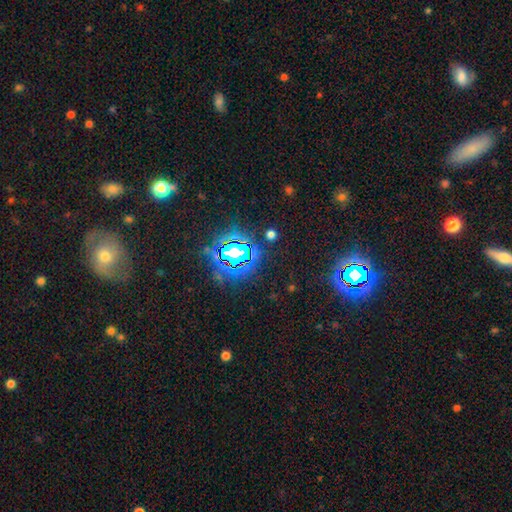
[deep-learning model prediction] A star or artifact, not a galaxy (77%).

Vote fractions:
- Smooth or featured? star or artifact: 77% / smooth: 13% / featured or disk: 10%